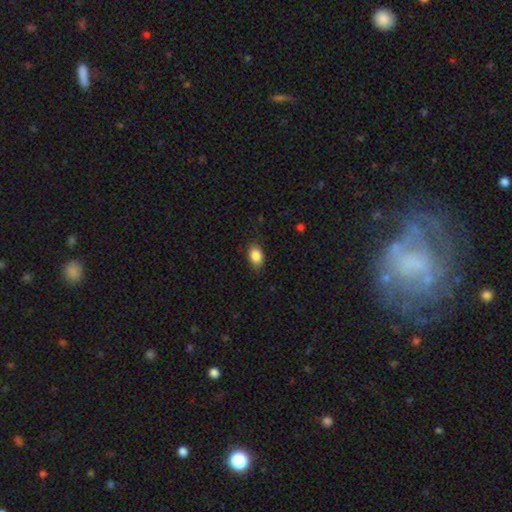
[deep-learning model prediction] Smooth or featured?
  - smooth: 87% *
  - star or artifact: 8%
  - featured or disk: 5%
How rounded?
  - in between: 85% *
  - round: 13%
  - cigar-shaped: 2%
Merging?
  - none: 81% *
  - minor disturbance: 15%
  - major disturbance: 3%
  - merger: 1%